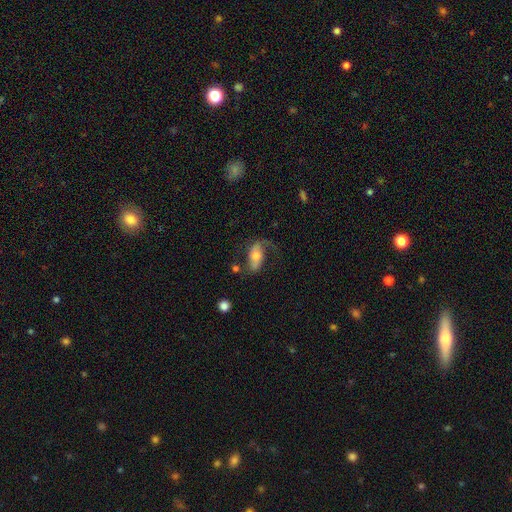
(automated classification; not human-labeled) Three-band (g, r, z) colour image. It shows a featured or disk galaxy (59%) with no bar (49%), spiral arms (84%) and a moderate central bulge (62%). Merging: none (50%).